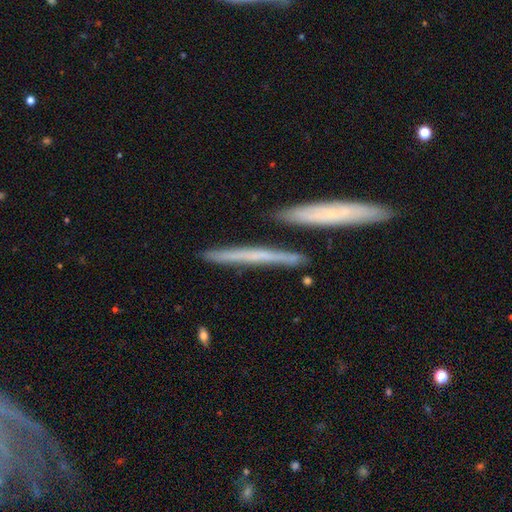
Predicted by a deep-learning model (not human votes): A featured or disk galaxy (49%). Merging: none (80%).